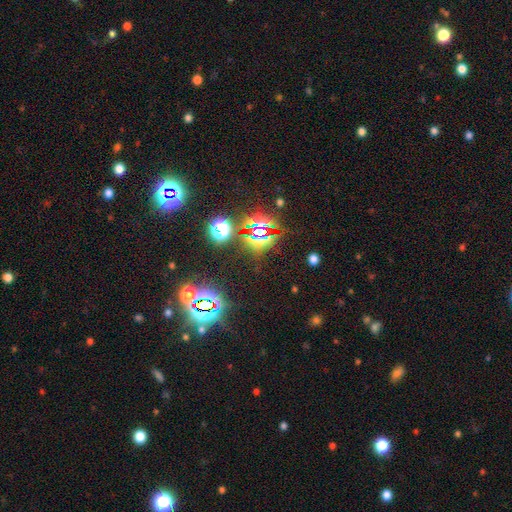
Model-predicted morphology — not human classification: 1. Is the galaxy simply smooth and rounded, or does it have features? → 81% star or artifact, 12% smooth, 7% featured or disk.